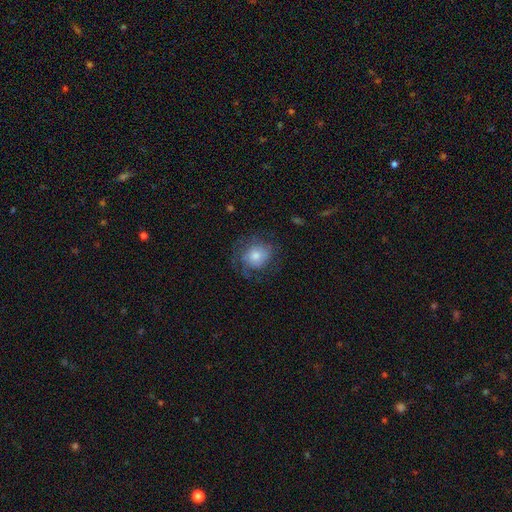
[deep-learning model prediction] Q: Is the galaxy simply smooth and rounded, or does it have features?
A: smooth — 46%.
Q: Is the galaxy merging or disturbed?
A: none — 66%.